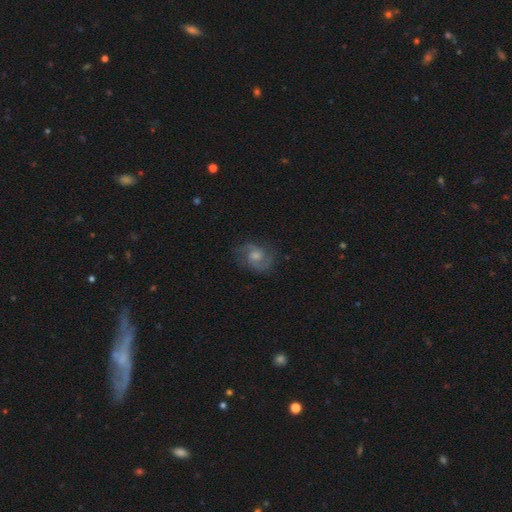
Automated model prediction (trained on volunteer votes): This is likely a featured or disk galaxy (74%). It is clearly not viewed edge-on (97%). Bar: possibly no (52%). Spiral arm pattern: clearly yes (94%). Spiral arm count: clearly 2 (85%). Spiral winding: possibly medium (53%). Central bulge: possibly moderate (53%). Merging: likely none (79%).